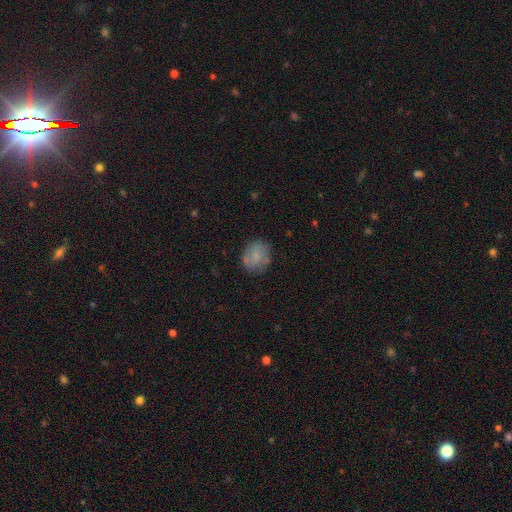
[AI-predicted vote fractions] Smooth or featured? Predicted: smooth (p=0.70). How rounded? Predicted: round (p=0.69). Merging? Predicted: none (p=0.73).